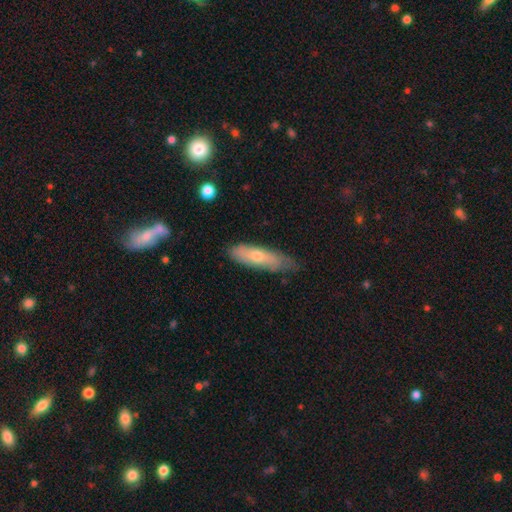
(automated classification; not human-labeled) Smooth or featured? Predicted: smooth (p=0.61). How rounded? Predicted: cigar-shaped (p=0.58). Merging? Predicted: none (p=0.64).